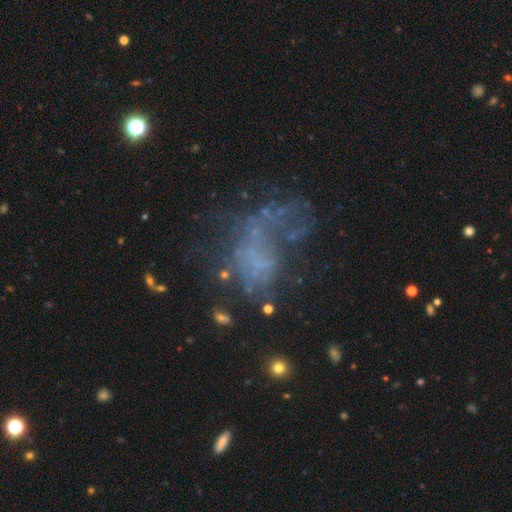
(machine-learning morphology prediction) smooth_or_featured: featured or disk (p=0.50) [alt: star or artifact p=0.27]
disk_edge_on: no (p=0.97) [alt: yes p=0.03]
merging: major disturbance (p=0.41) [alt: none p=0.33]